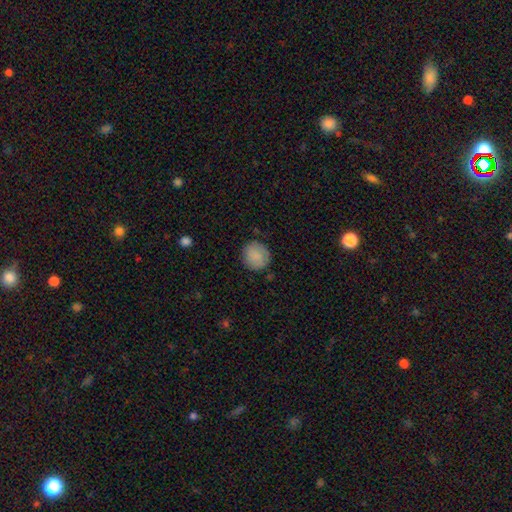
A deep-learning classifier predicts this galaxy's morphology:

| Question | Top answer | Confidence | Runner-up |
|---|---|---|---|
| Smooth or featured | smooth | 87% | star or artifact (7%) |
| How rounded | round | 90% | in between (9%) |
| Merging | none | 86% | minor disturbance (10%) |